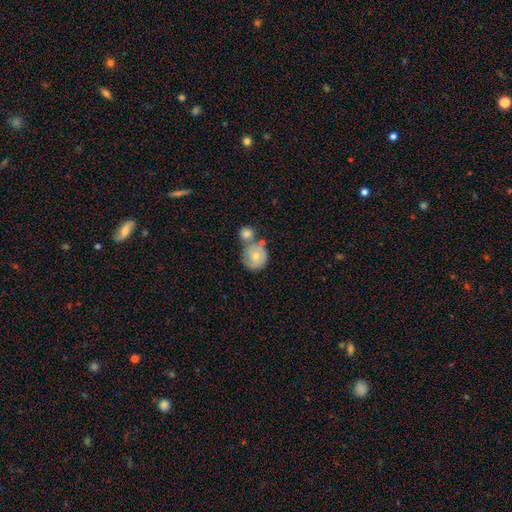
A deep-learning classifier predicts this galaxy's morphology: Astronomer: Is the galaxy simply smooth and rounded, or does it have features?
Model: smooth — 56% (runner-up: featured or disk, 37%).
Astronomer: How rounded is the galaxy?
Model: round — 82%.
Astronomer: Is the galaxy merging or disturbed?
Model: none — 40% (runner-up: merger, 37%).